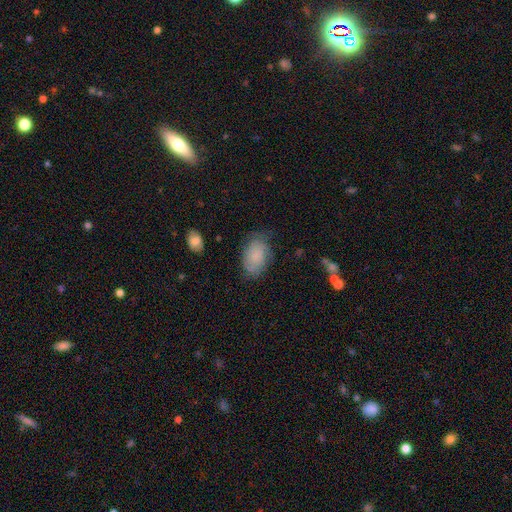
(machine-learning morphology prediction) Smooth or featured: smooth — 77% (featured or disk — 15%)
How rounded: in between — 89% (round — 9%)
Merging: none — 67% (minor disturbance — 24%)